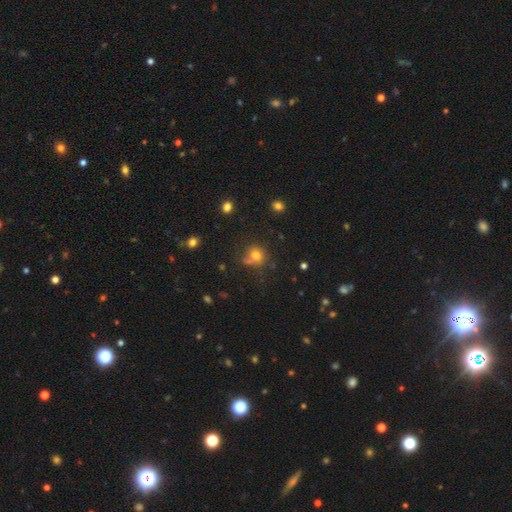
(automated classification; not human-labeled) This appears to be a smooth galaxy with no disk features (74%) that is round (81%). Merging: none (57%).